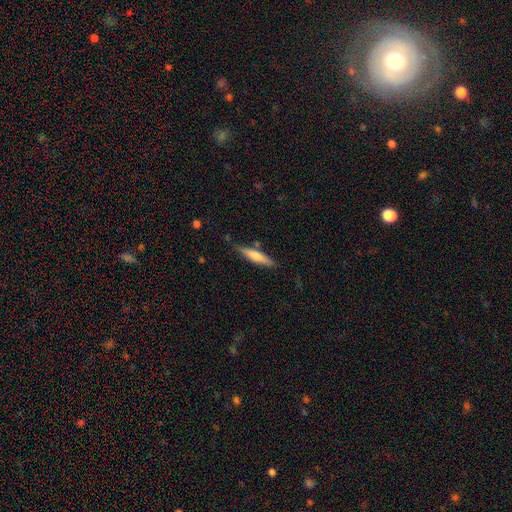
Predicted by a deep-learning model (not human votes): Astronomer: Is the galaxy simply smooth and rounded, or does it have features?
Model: smooth — 66%.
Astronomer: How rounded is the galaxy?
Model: cigar-shaped — 86%.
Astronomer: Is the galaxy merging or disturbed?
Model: none — 80%.